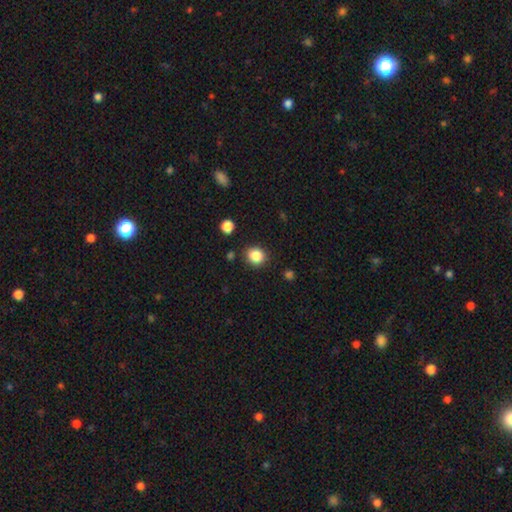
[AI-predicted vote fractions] A smooth galaxy with no disk features (85%) that is round (78%). Merging: none (86%).